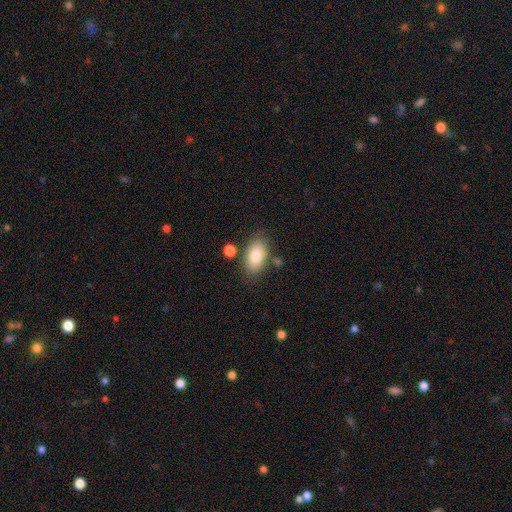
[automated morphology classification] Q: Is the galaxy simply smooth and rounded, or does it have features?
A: smooth — 82%.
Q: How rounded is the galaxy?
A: in between — 92%.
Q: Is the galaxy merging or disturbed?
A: none — 75%.